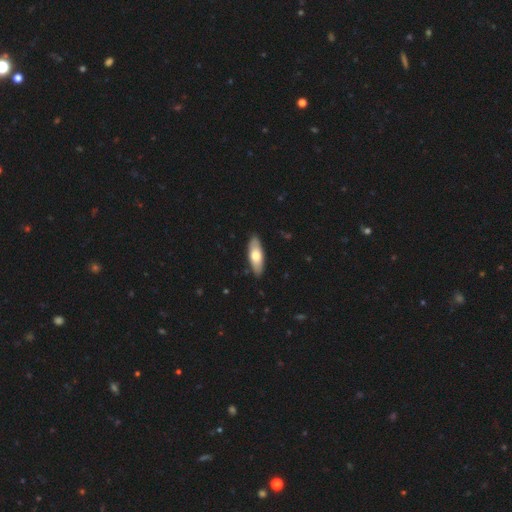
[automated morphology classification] Smooth or featured?
  - smooth: 66% *
  - featured or disk: 30%
  - star or artifact: 5%
How rounded?
  - in between: 65% *
  - cigar-shaped: 33%
  - round: 2%
Merging?
  - none: 87% *
  - minor disturbance: 10%
  - major disturbance: 2%
  - merger: 1%